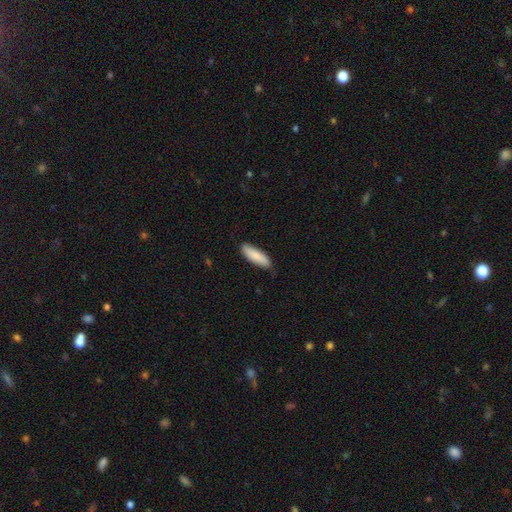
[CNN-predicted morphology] Q: Smooth or featured?
A: smooth (83%); runner-up: featured or disk (12%)
Q: How rounded?
A: in between (51%); runner-up: cigar-shaped (47%)
Q: Merging?
A: none (83%); runner-up: minor disturbance (14%)